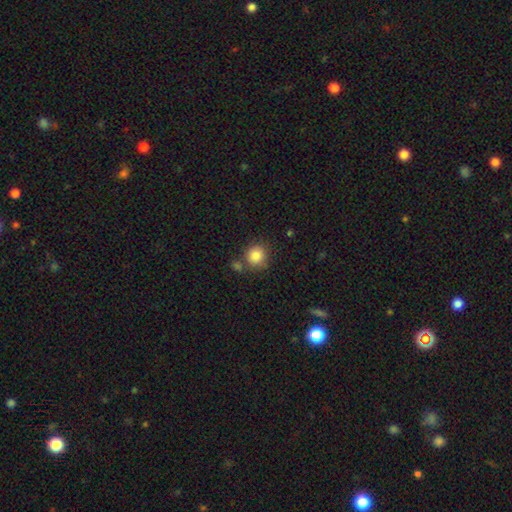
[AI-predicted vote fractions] The model was most divided on "merging": none: 71%, merger: 13%, minor disturbance: 12%, major disturbance: 4%. More confident: smooth or featured — smooth (86%); how rounded — round (85%).